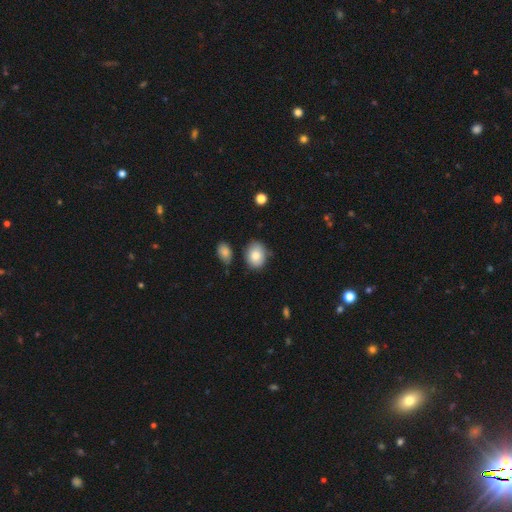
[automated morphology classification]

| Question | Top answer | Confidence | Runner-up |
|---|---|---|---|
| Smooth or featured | smooth | 82% | featured or disk (11%) |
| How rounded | in between | 58% | round (41%) |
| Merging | none | 72% | minor disturbance (19%) |